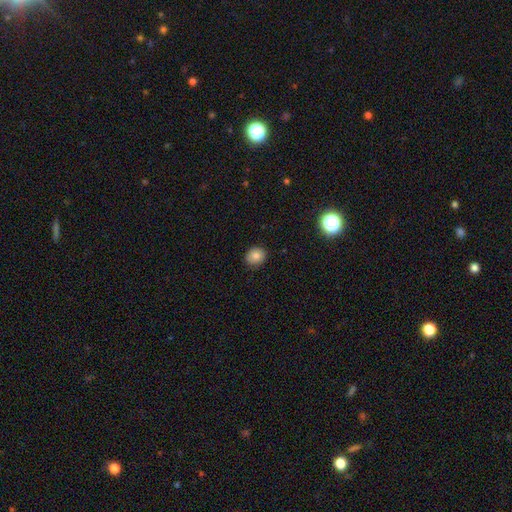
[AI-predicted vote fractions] This is likely a smooth galaxy (80%). How rounded: likely round (75%). Merging: clearly none (86%).